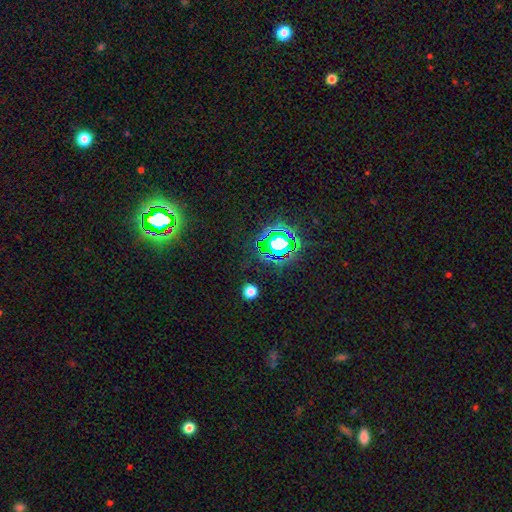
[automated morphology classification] smooth-or-featured: star or artifact: 81% | smooth: 12% | featured or disk: 7%